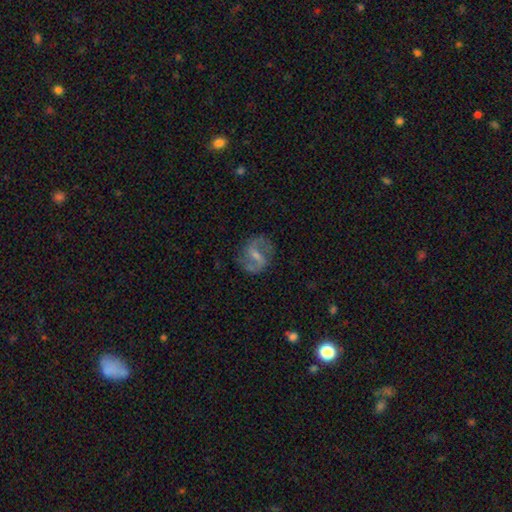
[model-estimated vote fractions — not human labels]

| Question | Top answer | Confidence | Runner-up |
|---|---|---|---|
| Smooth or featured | featured or disk | 76% | smooth (17%) |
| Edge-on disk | no | 97% | yes (3%) |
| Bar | weak | 46% | strong (39%) |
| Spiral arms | yes | 88% | no (12%) |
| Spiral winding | medium | 47% | loose (39%) |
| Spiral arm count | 2 | 90% | can't tell (5%) |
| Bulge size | small | 52% | moderate (33%) |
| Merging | none | 75% | minor disturbance (15%) |